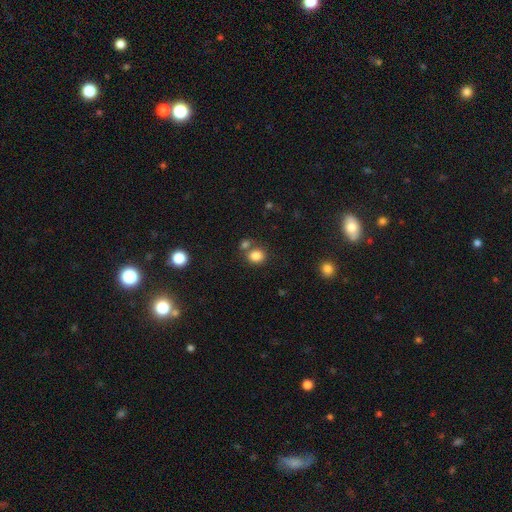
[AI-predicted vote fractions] Smooth or featured? smooth (83%)
How rounded? round (68%)
Merging? none (59%)